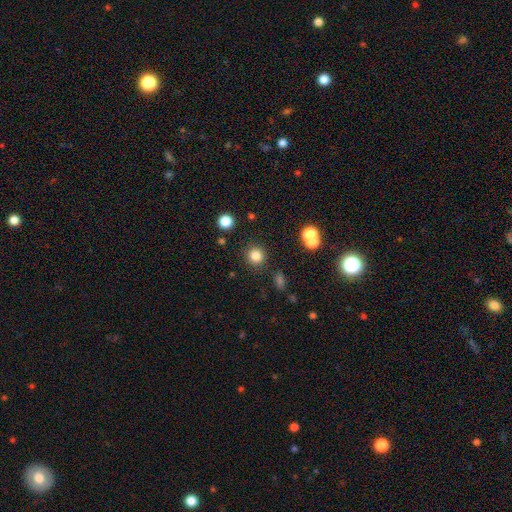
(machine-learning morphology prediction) Smooth or featured?
  - smooth: 81% *
  - star or artifact: 13%
  - featured or disk: 6%
How rounded?
  - round: 92% *
  - in between: 7%
  - cigar-shaped: 1%
Merging?
  - none: 87% *
  - minor disturbance: 7%
  - merger: 4%
  - major disturbance: 3%